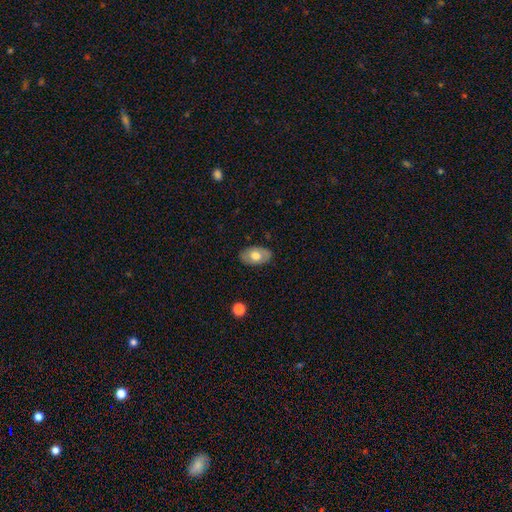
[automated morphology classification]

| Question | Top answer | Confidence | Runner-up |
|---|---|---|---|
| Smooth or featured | smooth | 66% | featured or disk (27%) |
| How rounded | in between | 91% | round (8%) |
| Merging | none | 85% | minor disturbance (12%) |